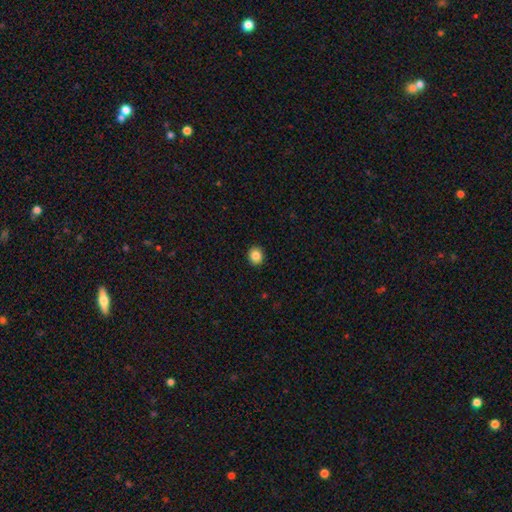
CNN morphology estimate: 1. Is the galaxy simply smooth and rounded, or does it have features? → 85% smooth, 10% star or artifact, 5% featured or disk.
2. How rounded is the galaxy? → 77% round, 22% in between, 1% cigar-shaped.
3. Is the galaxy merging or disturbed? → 92% none, 6% minor disturbance, 2% major disturbance, 1% merger.